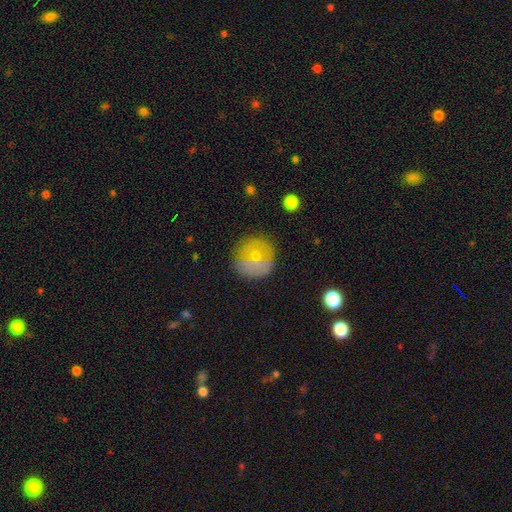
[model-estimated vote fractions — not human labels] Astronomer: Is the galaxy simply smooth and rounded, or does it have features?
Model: smooth — 58%.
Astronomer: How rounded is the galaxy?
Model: round — 91%.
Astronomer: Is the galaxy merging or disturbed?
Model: none — 72%.